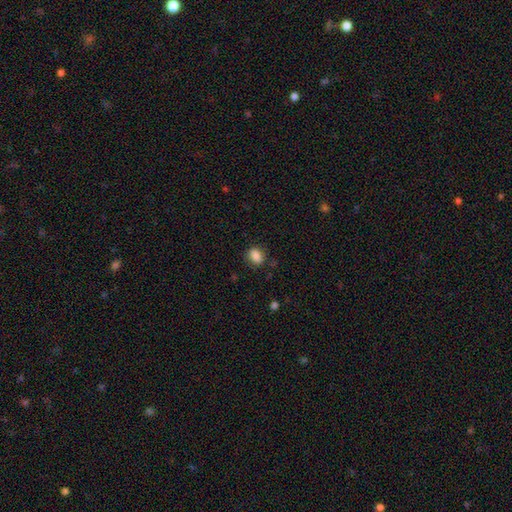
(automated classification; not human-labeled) Smooth or featured: smooth — 85% (star or artifact — 9%)
How rounded: in between — 66% (round — 32%)
Merging: none — 79% (minor disturbance — 15%)